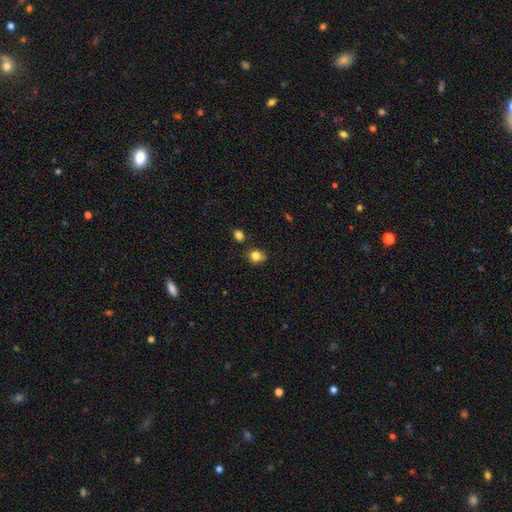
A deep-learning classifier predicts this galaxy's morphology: This appears to be a smooth galaxy with no disk features (81%) that is round (65%). Merging: none (71%).